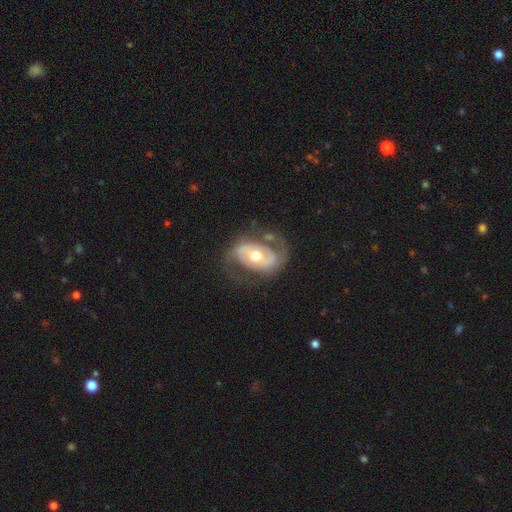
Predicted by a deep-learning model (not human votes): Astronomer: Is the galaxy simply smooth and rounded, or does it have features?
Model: featured or disk — 78%.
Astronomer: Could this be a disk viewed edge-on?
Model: no — 96%.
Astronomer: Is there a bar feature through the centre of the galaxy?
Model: no — 52% (runner-up: weak, 29%).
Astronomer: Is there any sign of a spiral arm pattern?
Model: yes — 72%.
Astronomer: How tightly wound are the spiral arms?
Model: medium — 42% (runner-up: tight, 31%).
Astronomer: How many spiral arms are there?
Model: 2 — 80%.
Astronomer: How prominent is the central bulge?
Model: moderate — 75%.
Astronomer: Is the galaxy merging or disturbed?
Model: none — 63%.